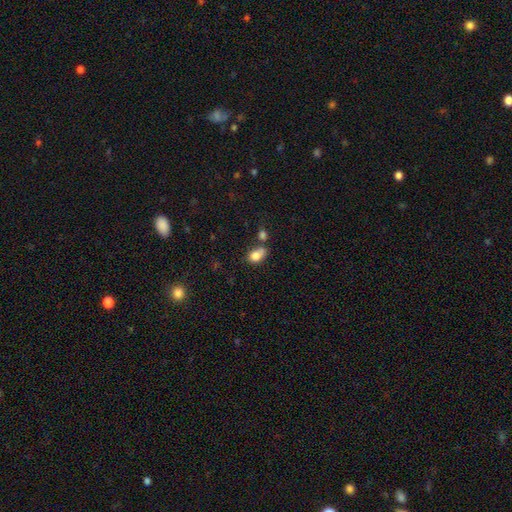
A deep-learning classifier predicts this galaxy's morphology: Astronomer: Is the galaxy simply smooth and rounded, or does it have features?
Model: smooth — 80%.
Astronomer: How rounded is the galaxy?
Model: in between — 74%.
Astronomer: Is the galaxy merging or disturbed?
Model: merger — 38% (runner-up: none, 37%).